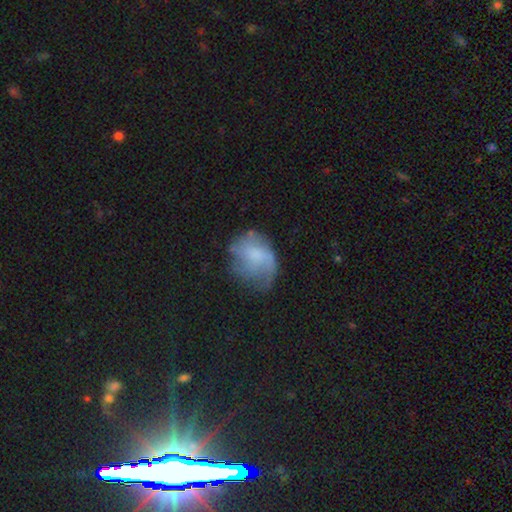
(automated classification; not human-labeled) Smooth or featured? smooth (50%)
Merging? none (43%)